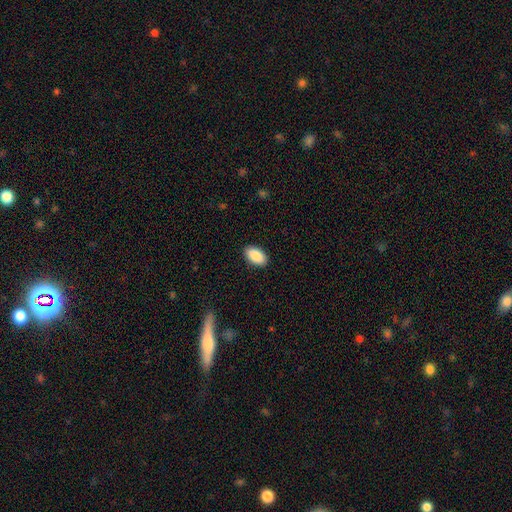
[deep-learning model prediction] Smooth or featured?
  - smooth: 90% *
  - star or artifact: 6%
  - featured or disk: 4%
How rounded?
  - in between: 94% *
  - round: 3%
  - cigar-shaped: 2%
Merging?
  - none: 90% *
  - minor disturbance: 7%
  - major disturbance: 2%
  - merger: 1%